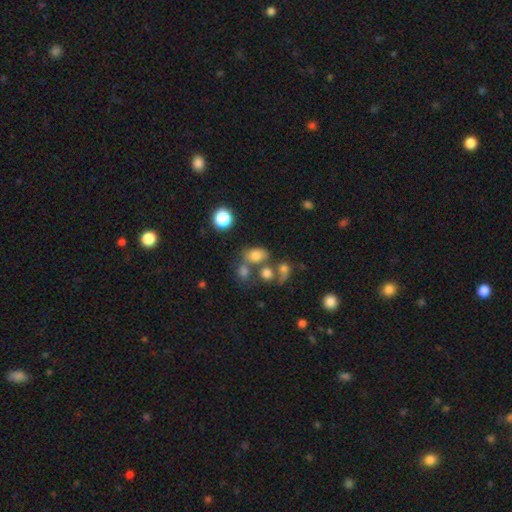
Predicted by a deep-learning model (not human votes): A smooth galaxy with no disk features (73%) that is in between round and cigar-shaped (71%).

Vote fractions:
- Smooth or featured? smooth: 73% / star or artifact: 15% / featured or disk: 13%
- How rounded? in between: 71% / round: 28% / cigar-shaped: 2%
- Merging? none: 51% / merger: 26% / minor disturbance: 14% / major disturbance: 9%